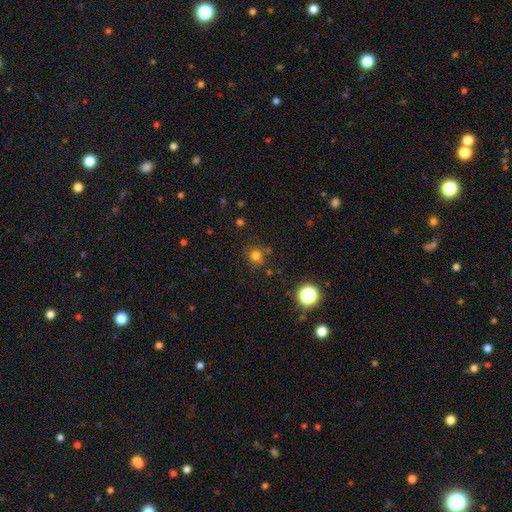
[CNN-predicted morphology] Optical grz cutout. It shows a smooth galaxy with no disk features (74%) that is round (88%). Merging: none (78%).